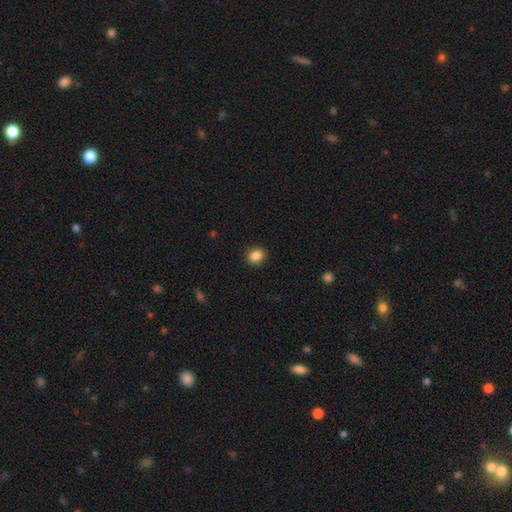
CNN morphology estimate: Smooth or featured? smooth (87%)
How rounded? round (71%)
Merging? none (91%)